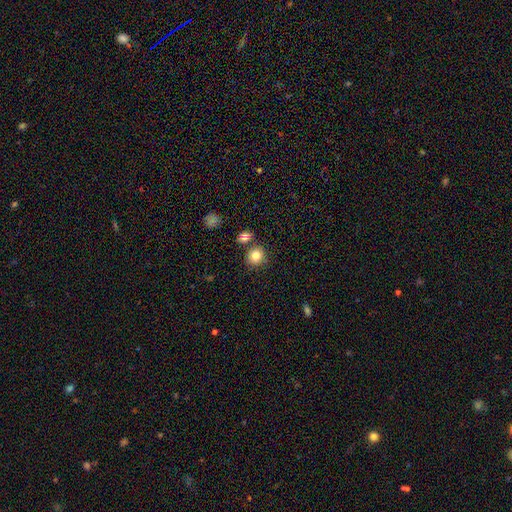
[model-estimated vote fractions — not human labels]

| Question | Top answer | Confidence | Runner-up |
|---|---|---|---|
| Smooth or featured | smooth | 82% | star or artifact (11%) |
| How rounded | round | 83% | in between (16%) |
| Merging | none | 74% | merger (13%) |